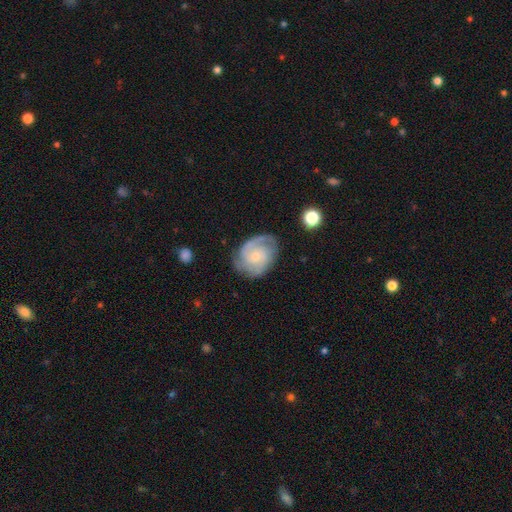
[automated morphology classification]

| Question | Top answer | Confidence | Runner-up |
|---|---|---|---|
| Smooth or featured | featured or disk | 79% | smooth (15%) |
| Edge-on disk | no | 98% | yes (2%) |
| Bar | no | 63% | weak (33%) |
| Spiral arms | yes | 96% | no (4%) |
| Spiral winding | tight | 47% | medium (42%) |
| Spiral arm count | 2 | 51% | 3 (21%) |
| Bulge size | small | 63% | moderate (30%) |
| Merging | none | 73% | minor disturbance (19%) |